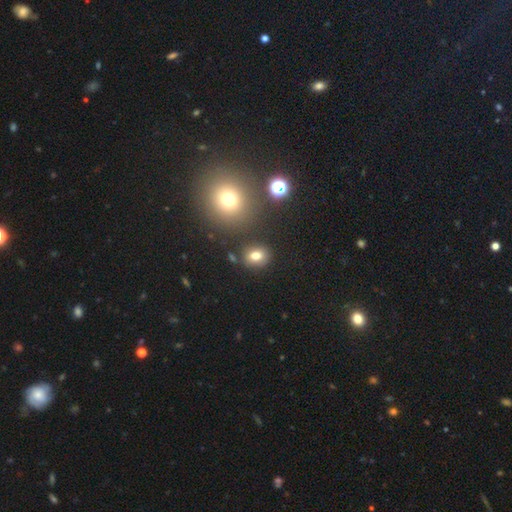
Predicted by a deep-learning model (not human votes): The model was most divided on "how rounded": round: 57%, in between: 42%, cigar-shaped: 1%. More confident: merging — none (82%); smooth or featured — smooth (76%).